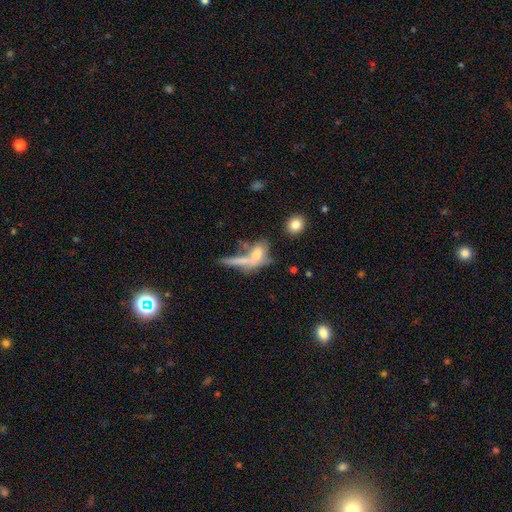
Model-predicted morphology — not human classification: featured or disk 42% (tied), smooth 42% (tied), star or artifact 16%. Down the decision tree: merging — merger (37%).